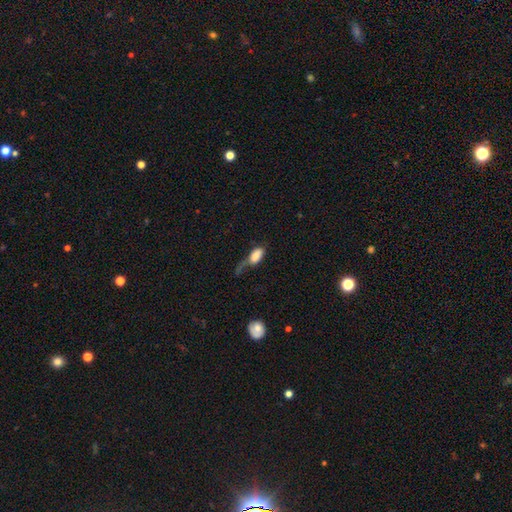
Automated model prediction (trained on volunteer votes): This appears to be a smooth galaxy with no disk features (78%) that is in between round and cigar-shaped (89%). Merging: major disturbance (48%).